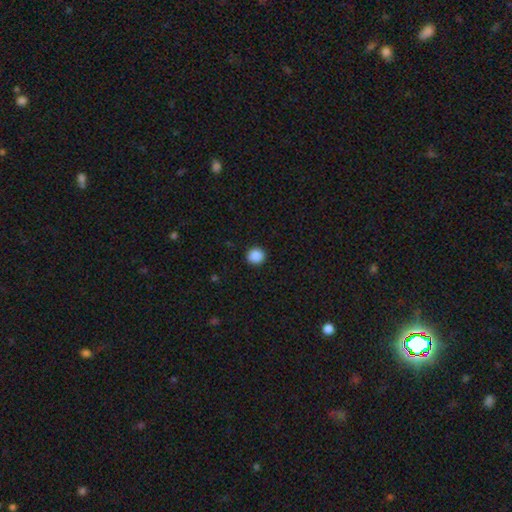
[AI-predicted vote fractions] A smooth galaxy with no disk features (89%) that is round (94%). Merging: none (93%).